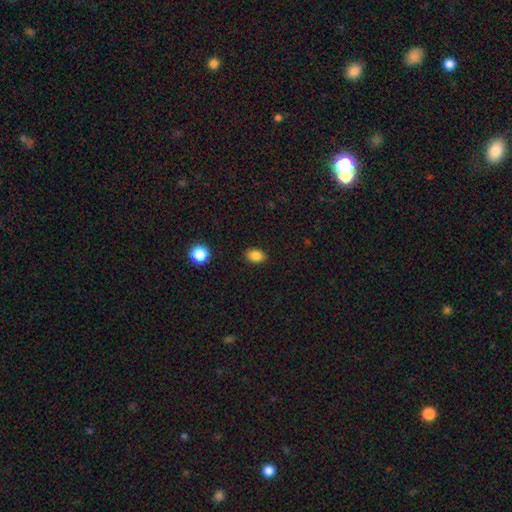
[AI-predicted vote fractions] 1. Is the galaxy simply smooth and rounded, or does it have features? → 85% smooth, 10% star or artifact, 4% featured or disk.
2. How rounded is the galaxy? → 75% in between, 24% round, 1% cigar-shaped.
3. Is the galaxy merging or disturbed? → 88% none, 9% minor disturbance, 2% major disturbance, 1% merger.